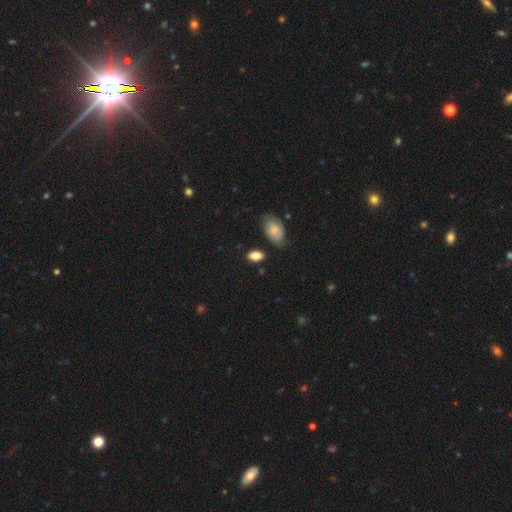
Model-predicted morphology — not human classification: Smooth or featured: smooth — 84% (star or artifact — 8%)
How rounded: in between — 90% (round — 6%)
Merging: none — 79% (minor disturbance — 14%)